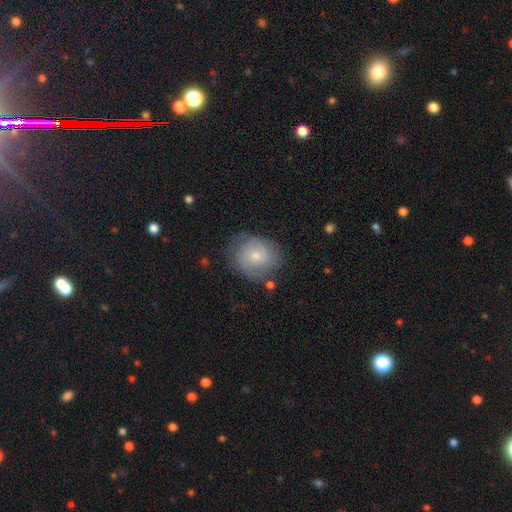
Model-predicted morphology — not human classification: A featured or disk galaxy (48%). Merging: none (66%).